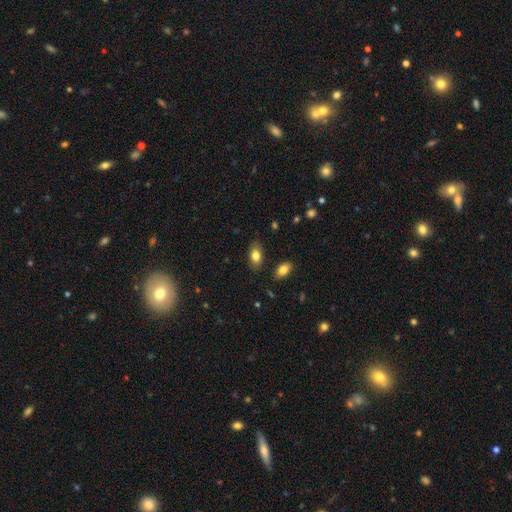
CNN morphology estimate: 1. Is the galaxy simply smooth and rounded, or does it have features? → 81% smooth, 12% featured or disk, 7% star or artifact.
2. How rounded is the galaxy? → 92% in between, 5% round, 3% cigar-shaped.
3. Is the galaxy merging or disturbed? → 84% none, 11% minor disturbance, 3% merger, 3% major disturbance.